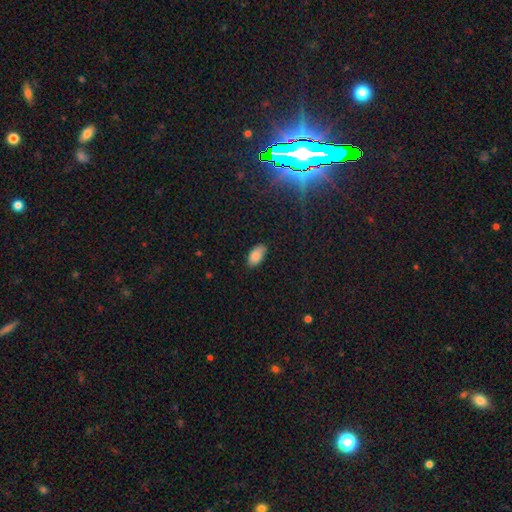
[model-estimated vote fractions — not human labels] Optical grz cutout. It shows a smooth galaxy with no disk features (86%) that is in between round and cigar-shaped (94%). Merging: none (79%).